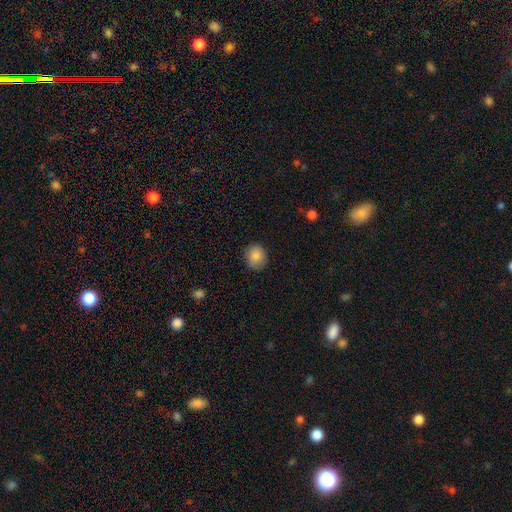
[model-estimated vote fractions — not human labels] smooth_or_featured: smooth (p=0.86) [alt: star or artifact p=0.08]
how_rounded: round (p=0.72) [alt: in between p=0.27]
merging: none (p=0.87) [alt: minor disturbance p=0.10]